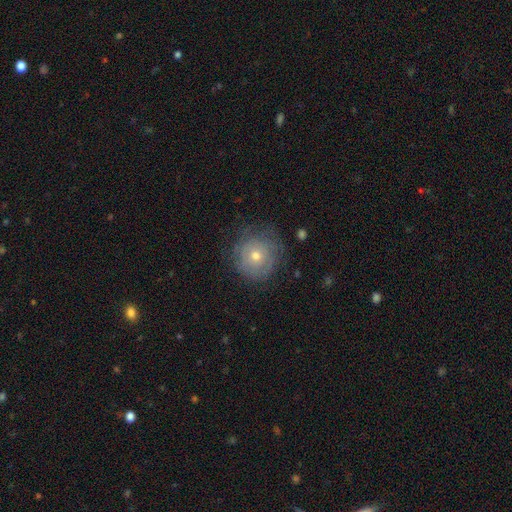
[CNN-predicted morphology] smooth 51%, featured or disk 37%, star or artifact 11%. Down the decision tree: how rounded — round (92%); merging — none (73%).